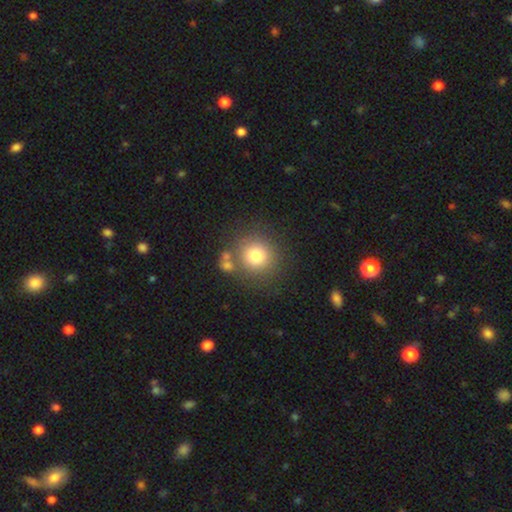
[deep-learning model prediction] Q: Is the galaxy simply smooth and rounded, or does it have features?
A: smooth — 77%.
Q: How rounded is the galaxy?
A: round — 91%.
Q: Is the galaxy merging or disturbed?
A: none — 73%.